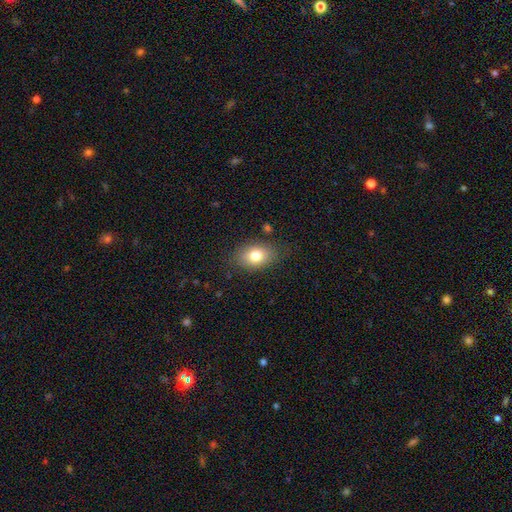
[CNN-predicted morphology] A smooth galaxy with no disk features (79%) that is in between round and cigar-shaped (80%).

Vote fractions:
- Smooth or featured? smooth: 79% / featured or disk: 12% / star or artifact: 9%
- How rounded? in between: 80% / round: 19% / cigar-shaped: 1%
- Merging? none: 81% / minor disturbance: 13% / major disturbance: 4% / merger: 2%